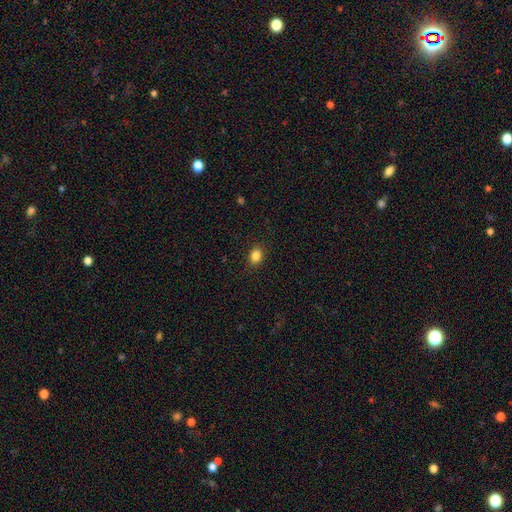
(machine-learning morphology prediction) The model was most divided on "how rounded": in between: 53%, round: 46%, cigar-shaped: 1%. More confident: merging — none (89%); smooth or featured — smooth (85%).